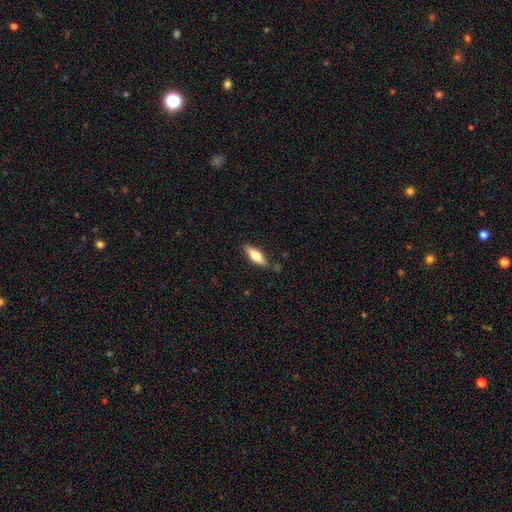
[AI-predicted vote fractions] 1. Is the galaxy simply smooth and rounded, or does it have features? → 61% smooth, 33% featured or disk, 6% star or artifact.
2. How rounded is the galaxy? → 53% in between, 45% cigar-shaped, 2% round.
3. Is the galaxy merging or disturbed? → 81% none, 14% minor disturbance, 3% major disturbance, 3% merger.